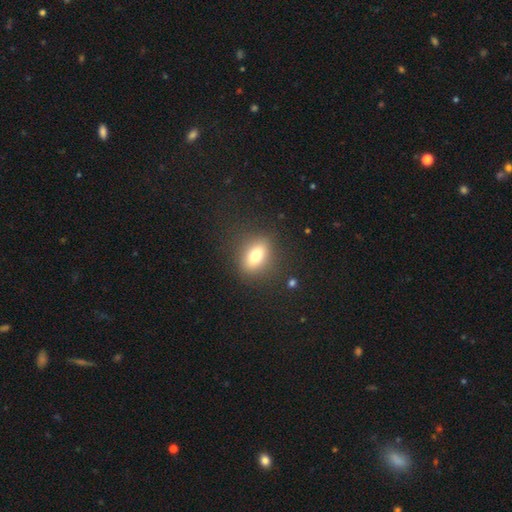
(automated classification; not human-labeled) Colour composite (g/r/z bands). It shows a smooth galaxy with no disk features (74%) that is in between round and cigar-shaped (72%). Merging: none (84%).